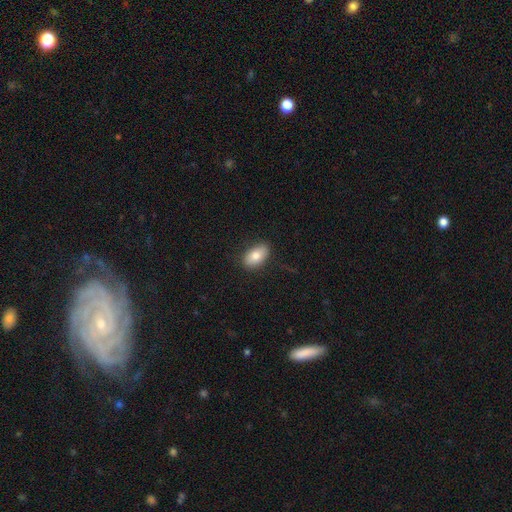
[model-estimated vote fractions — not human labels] smooth 80%, featured or disk 13%, star or artifact 7%. Down the decision tree: how rounded — in between (91%); merging — none (85%).